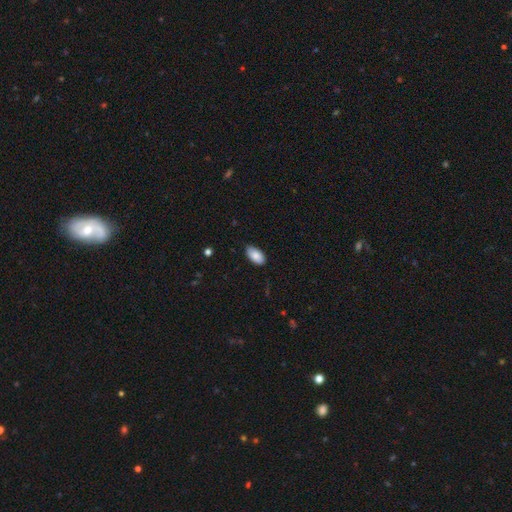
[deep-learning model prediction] Smooth or featured?
  - smooth: 87% *
  - featured or disk: 7%
  - star or artifact: 7%
How rounded?
  - in between: 95% *
  - round: 3%
  - cigar-shaped: 2%
Merging?
  - none: 82% *
  - minor disturbance: 15%
  - major disturbance: 2%
  - merger: 1%